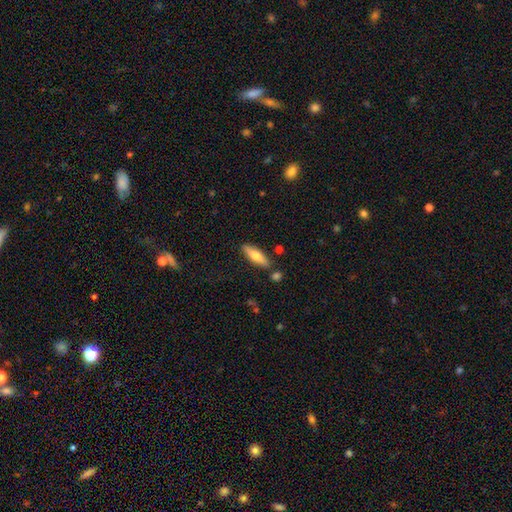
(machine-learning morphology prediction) Overall: smooth (67%; featured or disk 27%). How rounded: cigar-shaped (58%; in between 40%). Merging: none (83%).